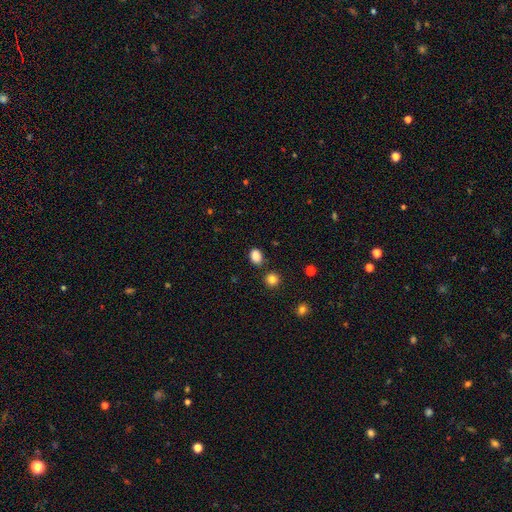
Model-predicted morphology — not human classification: Smooth or featured? Predicted: smooth (p=0.86). How rounded? Predicted: in between (p=0.69). Merging? Predicted: none (p=0.79).